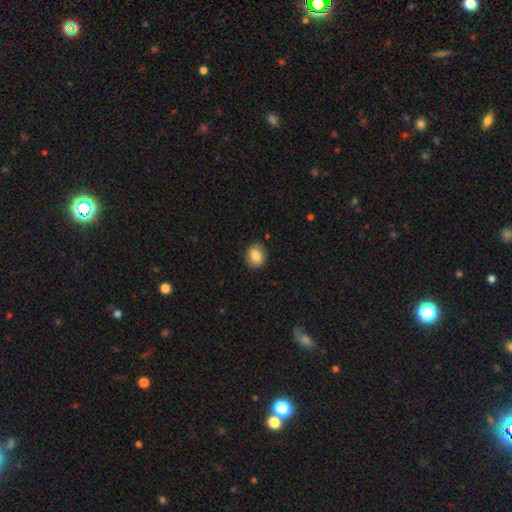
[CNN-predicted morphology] A smooth galaxy with no disk features (85%) that is round (54%). Merging: none (87%).